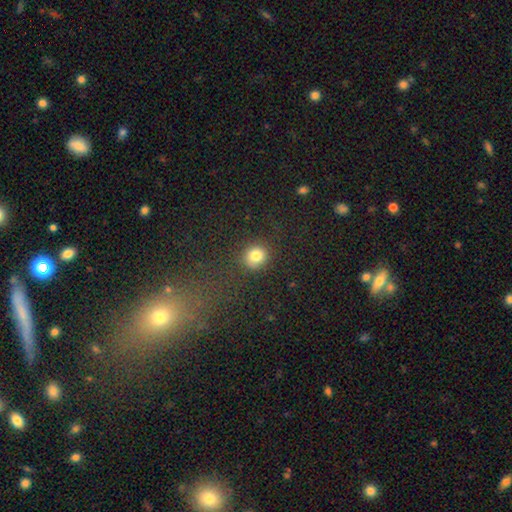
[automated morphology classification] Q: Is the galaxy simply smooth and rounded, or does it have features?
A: smooth — 81%.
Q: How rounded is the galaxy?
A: round — 80%.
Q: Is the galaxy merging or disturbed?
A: none — 84%.